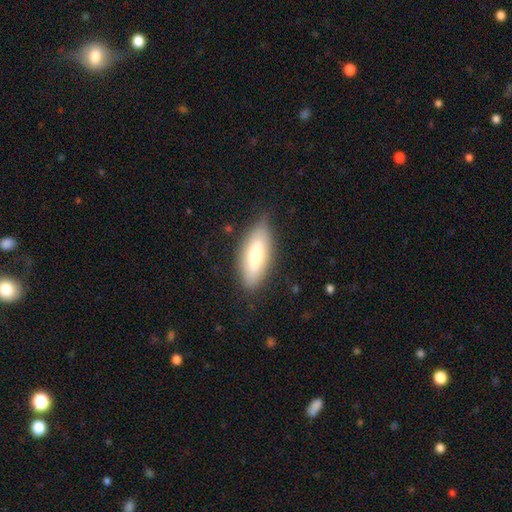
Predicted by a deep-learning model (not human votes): Smooth or featured?
  - smooth: 65% *
  - featured or disk: 28%
  - star or artifact: 6%
How rounded?
  - in between: 70% *
  - cigar-shaped: 28%
  - round: 2%
Merging?
  - none: 77% *
  - minor disturbance: 18%
  - major disturbance: 4%
  - merger: 1%